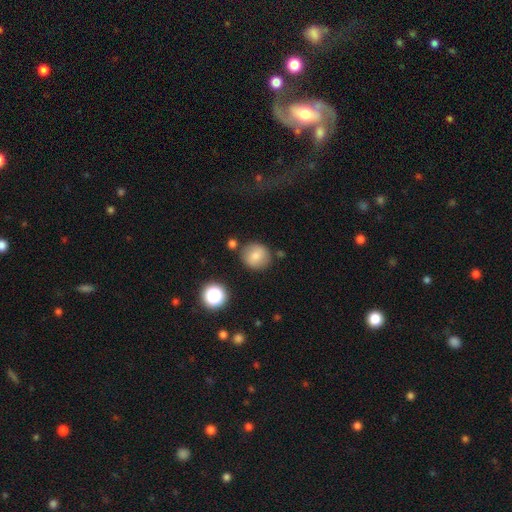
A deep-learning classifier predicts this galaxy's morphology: This appears to be a smooth galaxy with no disk features (79%) that is round (87%). Merging: none (80%).